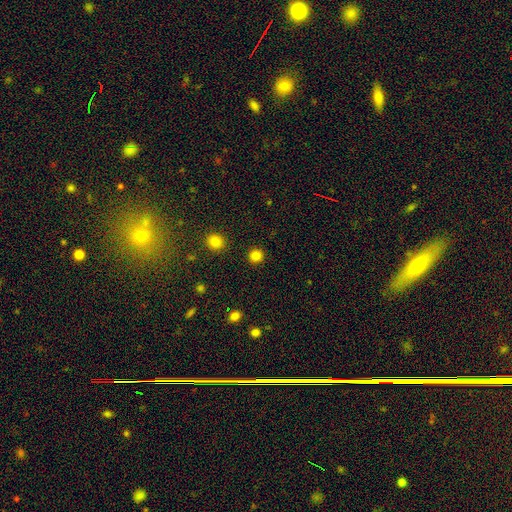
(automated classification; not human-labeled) smooth_or_featured: smooth (p=0.84) [alt: star or artifact p=0.13]
how_rounded: round (p=0.93) [alt: in between p=0.06]
merging: none (p=0.92) [alt: minor disturbance p=0.04]